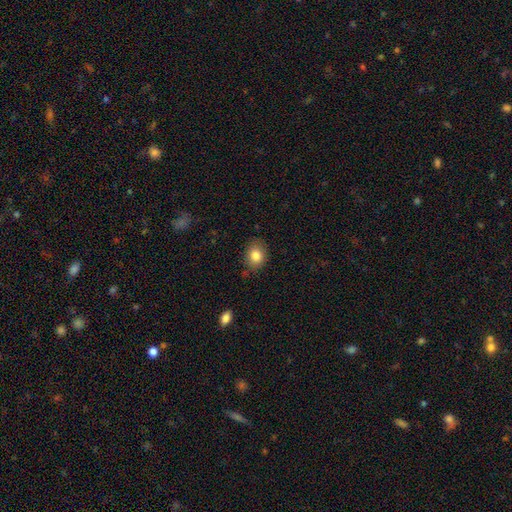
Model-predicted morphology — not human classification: The model was most divided on "how rounded": in between: 60%, round: 39%, cigar-shaped: 1%. More confident: smooth or featured — smooth (83%); merging — none (79%).